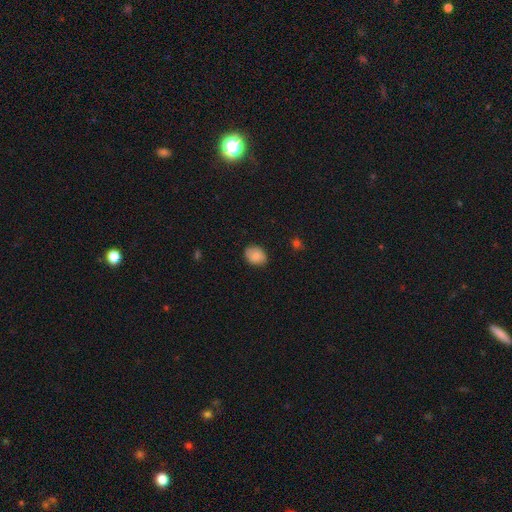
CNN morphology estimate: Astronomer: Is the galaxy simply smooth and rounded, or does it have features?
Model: smooth — 84%.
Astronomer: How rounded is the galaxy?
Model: in between — 60% (runner-up: round, 39%).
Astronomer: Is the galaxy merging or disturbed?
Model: none — 79%.